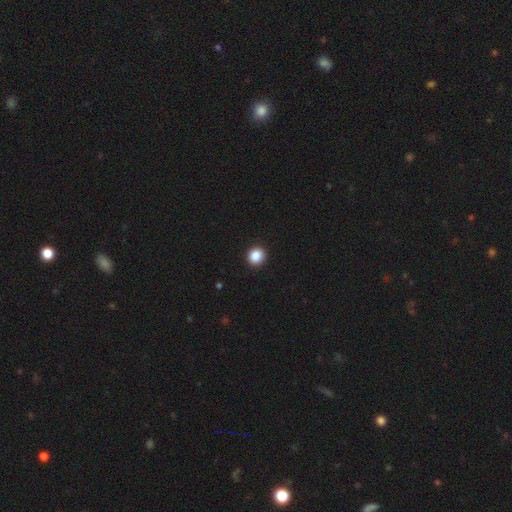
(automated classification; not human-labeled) Smooth or featured? smooth (87%)
How rounded? round (90%)
Merging? none (93%)